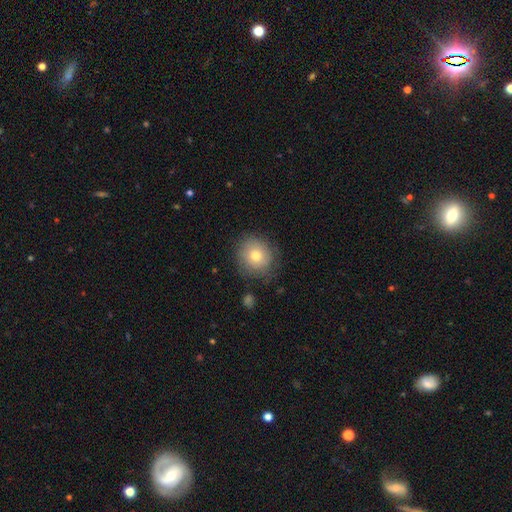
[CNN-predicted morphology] This is likely a smooth galaxy (74%). How rounded: clearly round (87%). Merging: likely none (79%).